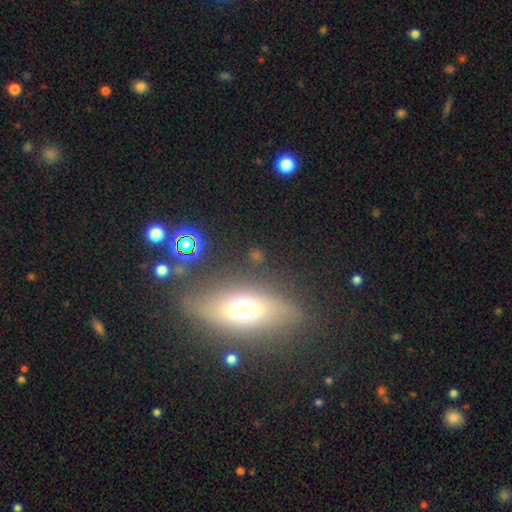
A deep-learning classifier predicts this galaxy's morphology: Smooth or featured? smooth (49%)
Merging? none (77%)